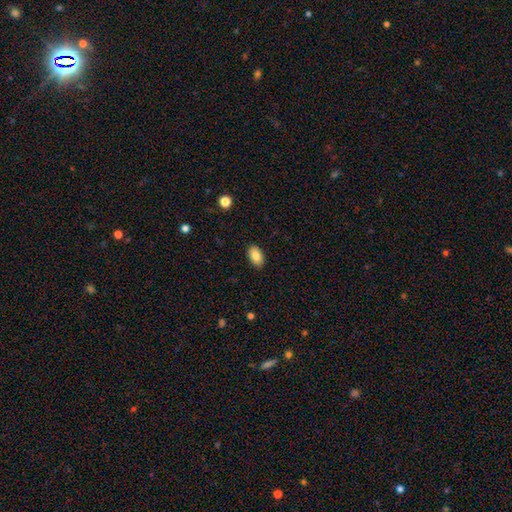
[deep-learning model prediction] A smooth galaxy with no disk features (86%) that is in between round and cigar-shaped (92%). Merging: none (89%).